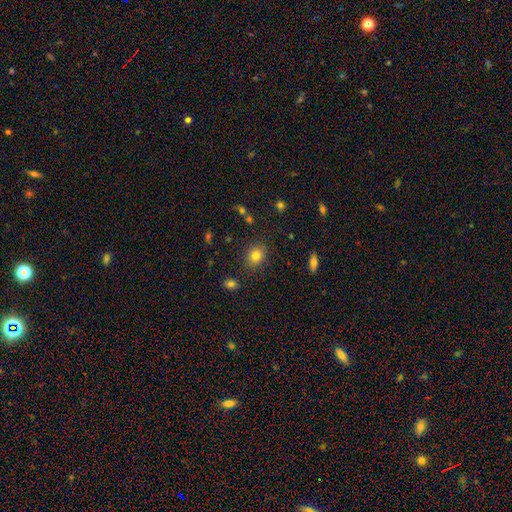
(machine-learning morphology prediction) smooth_or_featured: smooth (p=0.80) [alt: star or artifact p=0.12]
how_rounded: round (p=0.56) [alt: in between p=0.43]
merging: none (p=0.85) [alt: minor disturbance p=0.10]